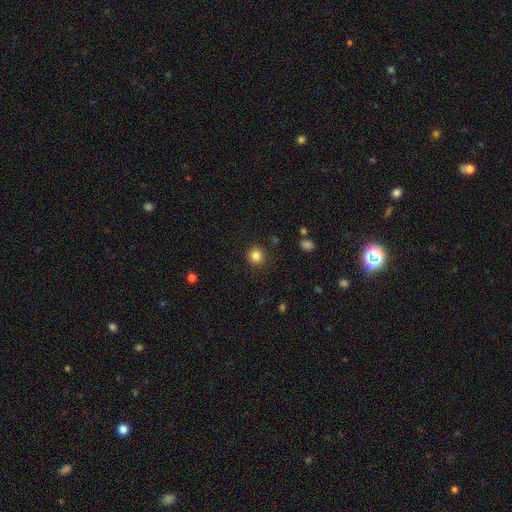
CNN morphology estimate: Smooth or featured: smooth — 84% (star or artifact — 11%)
How rounded: round — 91% (in between — 8%)
Merging: none — 90% (minor disturbance — 6%)